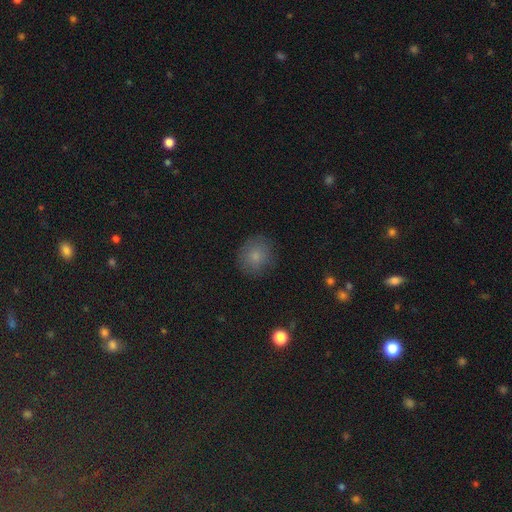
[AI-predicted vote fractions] Smooth or featured?
  - smooth: 79% *
  - star or artifact: 11%
  - featured or disk: 10%
How rounded?
  - round: 82% *
  - in between: 17%
  - cigar-shaped: 1%
Merging?
  - none: 82% *
  - minor disturbance: 13%
  - major disturbance: 4%
  - merger: 1%